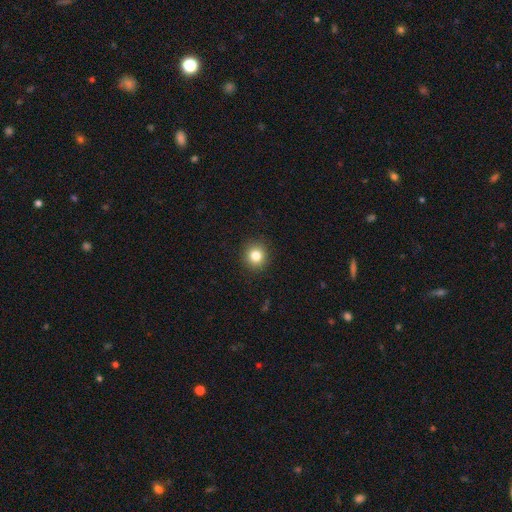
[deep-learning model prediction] Smooth or featured?
  - smooth: 82% *
  - star or artifact: 11%
  - featured or disk: 6%
How rounded?
  - round: 89% *
  - in between: 10%
  - cigar-shaped: 1%
Merging?
  - none: 91% *
  - minor disturbance: 6%
  - major disturbance: 2%
  - merger: 1%